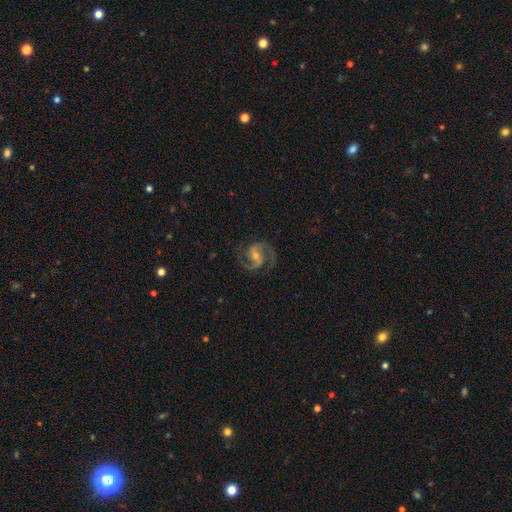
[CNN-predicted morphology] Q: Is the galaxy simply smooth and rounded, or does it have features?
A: featured or disk — 91%.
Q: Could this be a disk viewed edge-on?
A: no — 98%.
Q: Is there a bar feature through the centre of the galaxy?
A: weak — 48%.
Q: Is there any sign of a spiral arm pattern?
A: yes — 98%.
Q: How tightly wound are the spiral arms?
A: medium — 64%.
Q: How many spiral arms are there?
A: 2 — 93%.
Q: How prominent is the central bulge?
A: small — 53%.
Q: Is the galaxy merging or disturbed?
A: none — 78%.